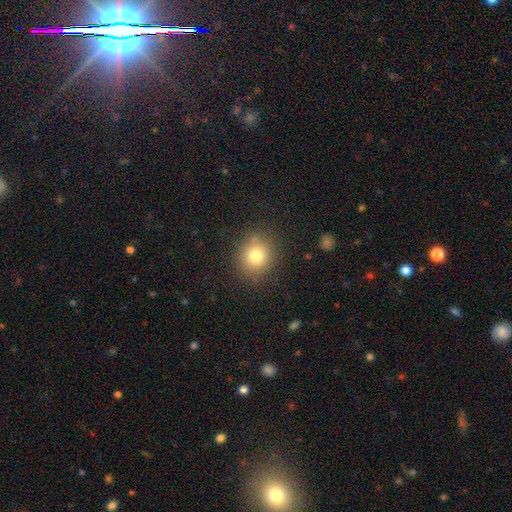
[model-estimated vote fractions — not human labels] Overall: smooth (79%). How rounded: round (84%). Merging: none (84%).